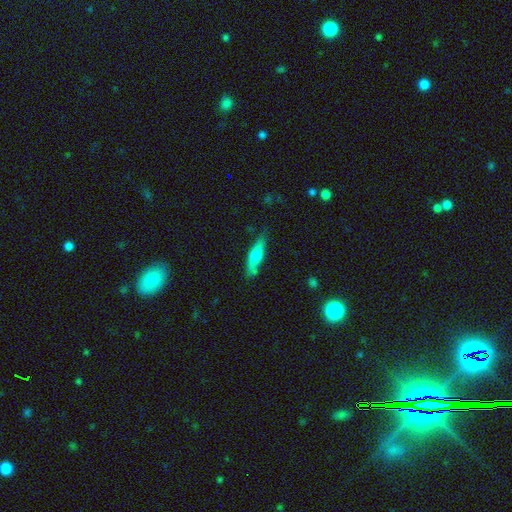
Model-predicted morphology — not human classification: smooth-or-featured: smooth: 61% | featured or disk: 32% | star or artifact: 6%
  how-rounded: cigar-shaped: 74% | in between: 24% | round: 2%
  merging: none: 75% | minor disturbance: 19% | major disturbance: 4% | merger: 3%